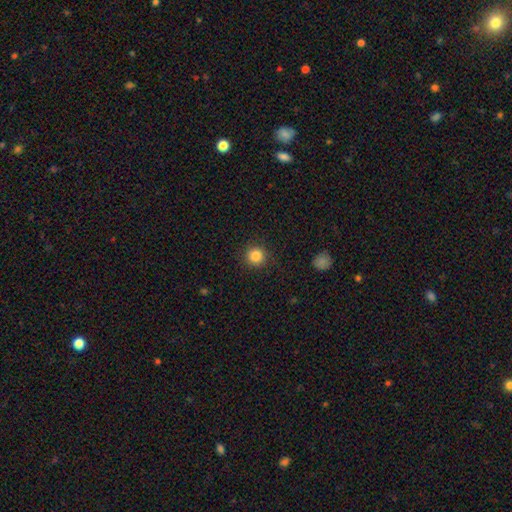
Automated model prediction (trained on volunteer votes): smooth_or_featured: smooth (p=0.85) [alt: star or artifact p=0.10]
how_rounded: round (p=0.93) [alt: in between p=0.06]
merging: none (p=0.89) [alt: minor disturbance p=0.07]